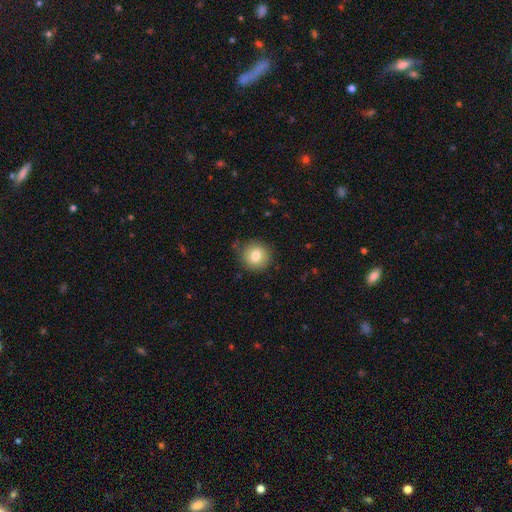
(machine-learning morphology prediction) Q: Smooth or featured?
A: smooth (81%); runner-up: featured or disk (10%)
Q: How rounded?
A: round (92%); runner-up: in between (7%)
Q: Merging?
A: none (83%); runner-up: minor disturbance (13%)